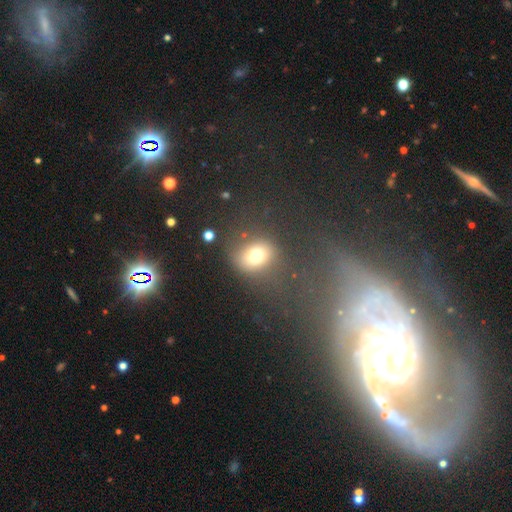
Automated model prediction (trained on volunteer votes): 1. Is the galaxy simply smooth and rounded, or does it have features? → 73% smooth, 16% star or artifact, 11% featured or disk.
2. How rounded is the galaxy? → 63% round, 35% in between, 2% cigar-shaped.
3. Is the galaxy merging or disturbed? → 70% none, 15% minor disturbance, 10% major disturbance, 5% merger.